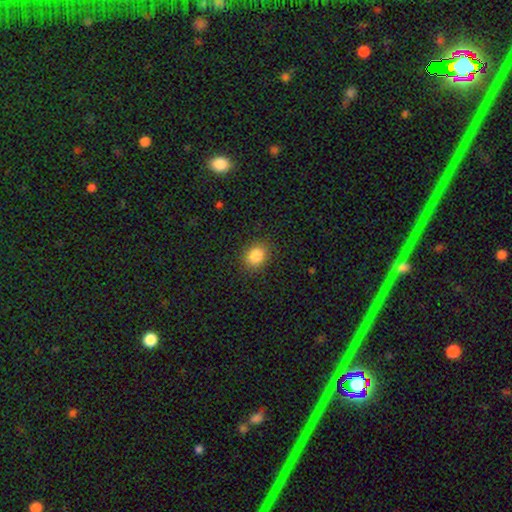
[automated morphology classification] A smooth galaxy with no disk features (85%) that is round (55%).

Vote fractions:
- Smooth or featured? smooth: 85% / star or artifact: 10% / featured or disk: 4%
- How rounded? round: 55% / in between: 44% / cigar-shaped: 1%
- Merging? none: 87% / minor disturbance: 9% / major disturbance: 3% / merger: 1%